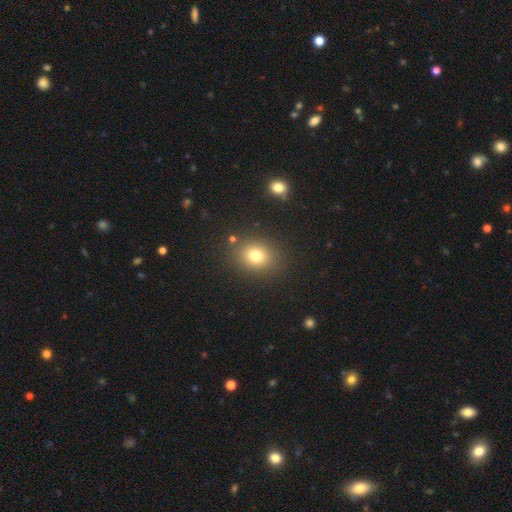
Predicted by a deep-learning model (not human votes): This appears to be a smooth galaxy with no disk features (77%) that is round (64%). Merging: none (85%).